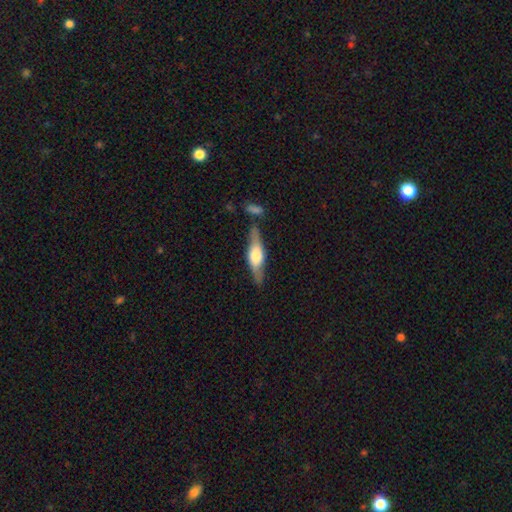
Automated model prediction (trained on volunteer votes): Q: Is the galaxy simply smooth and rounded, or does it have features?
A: featured or disk — 61%.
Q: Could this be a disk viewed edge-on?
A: yes — 91%.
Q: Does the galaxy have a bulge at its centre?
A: rounded — 83%.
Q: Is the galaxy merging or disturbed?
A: none — 71%.